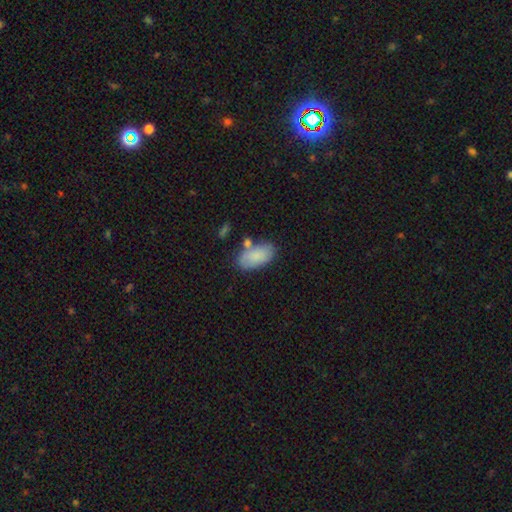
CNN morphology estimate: smooth_or_featured: smooth (p=0.84) [alt: featured or disk p=0.09]
how_rounded: in between (p=0.94) [alt: round p=0.03]
merging: none (p=0.64) [alt: minor disturbance p=0.17]